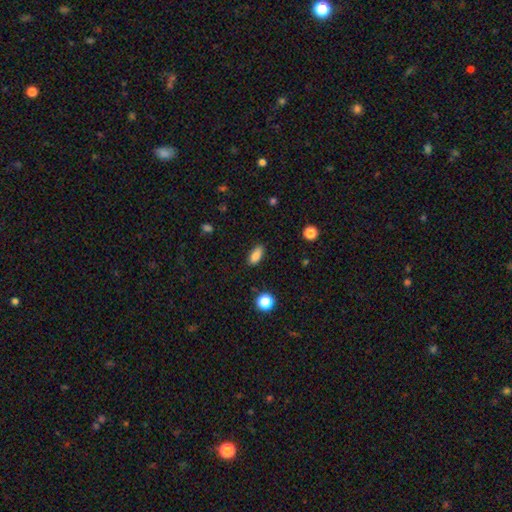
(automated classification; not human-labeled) smooth_or_featured: smooth (p=0.85) [alt: star or artifact p=0.09]
how_rounded: in between (p=0.83) [alt: cigar-shaped p=0.13]
merging: none (p=0.84) [alt: minor disturbance p=0.12]